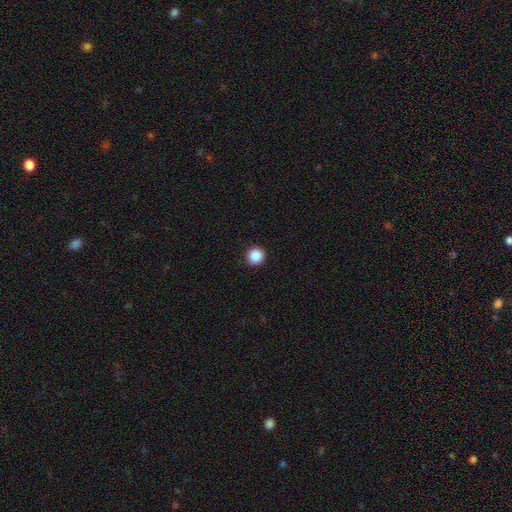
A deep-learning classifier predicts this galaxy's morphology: Q: Smooth or featured?
A: smooth (88%); runner-up: star or artifact (9%)
Q: How rounded?
A: round (94%); runner-up: in between (5%)
Q: Merging?
A: none (93%); runner-up: minor disturbance (4%)